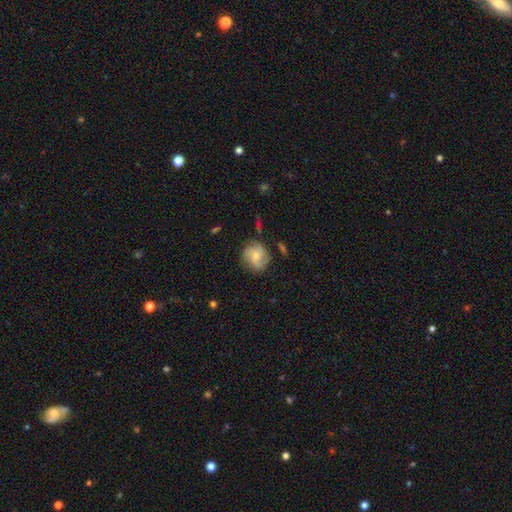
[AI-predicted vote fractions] Overall: featured or disk (70%). Edge-on disk: no (98%). Bar: no (67%; weak 28%). Spiral arms: yes (94%). Spiral arm count: 3 (48%; 2 18%). Spiral winding: medium (44%; tight 40%). Bulge size: small (57%; moderate 37%). Merging: none (75%).